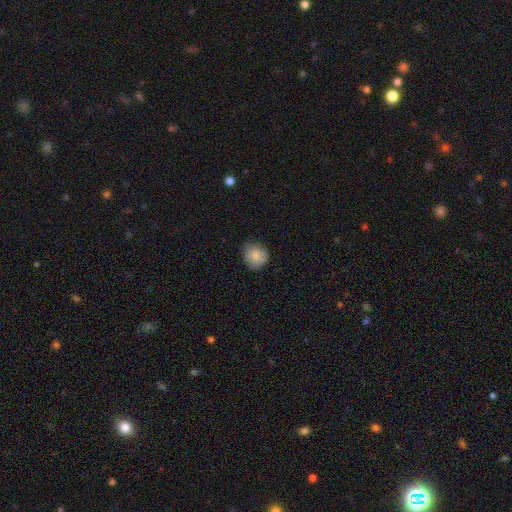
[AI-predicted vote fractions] The model was most divided on "merging": none: 78%, minor disturbance: 17%, major disturbance: 4%, merger: 1%. More confident: smooth or featured — smooth (86%); how rounded — round (83%).